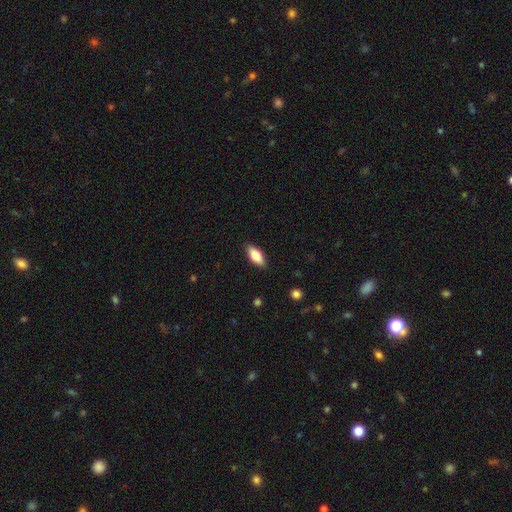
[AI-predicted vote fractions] smooth_or_featured: smooth (p=0.77) [alt: featured or disk p=0.16]
how_rounded: in between (p=0.81) [alt: cigar-shaped p=0.16]
merging: none (p=0.87) [alt: minor disturbance p=0.10]